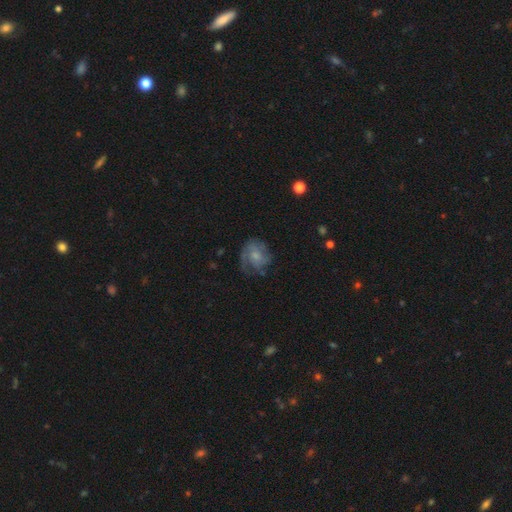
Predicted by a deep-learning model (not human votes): featured or disk 56%, smooth 35%, star or artifact 9%. Down the decision tree: edge-on disk — no (98%); bar — no (72%); spiral arms — yes (77%); bulge size — small (38%); merging — none (55%).